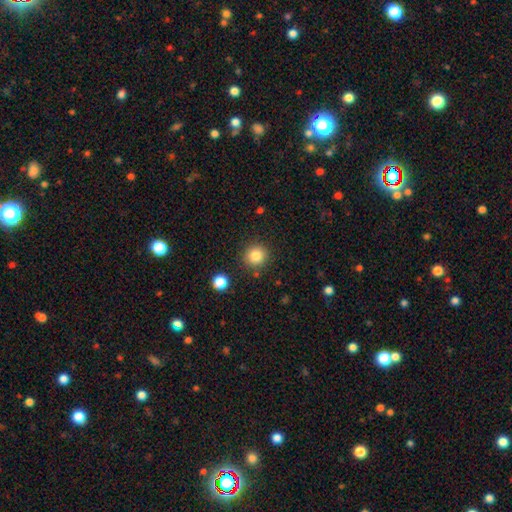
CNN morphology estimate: smooth_or_featured: smooth (p=0.83) [alt: star or artifact p=0.11]
how_rounded: round (p=0.93) [alt: in between p=0.06]
merging: none (p=0.88) [alt: minor disturbance p=0.07]